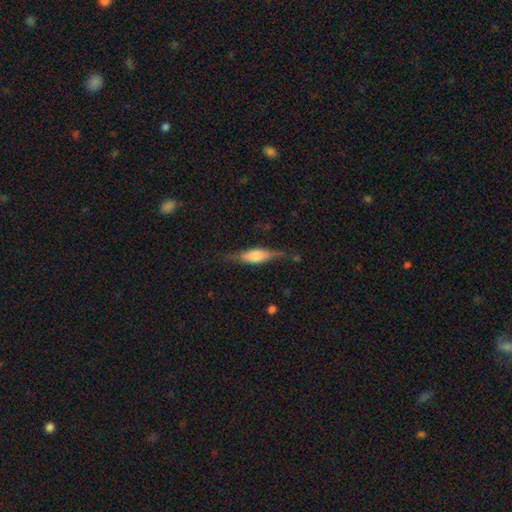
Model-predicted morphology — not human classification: A featured or disk galaxy (52%) viewed edge-on (91%).

Vote fractions:
- Smooth or featured? featured or disk: 52% / smooth: 42% / star or artifact: 7%
- Edge-on disk? yes: 91% / no: 9%
- Merging? none: 73% / minor disturbance: 19% / major disturbance: 6% / merger: 2%